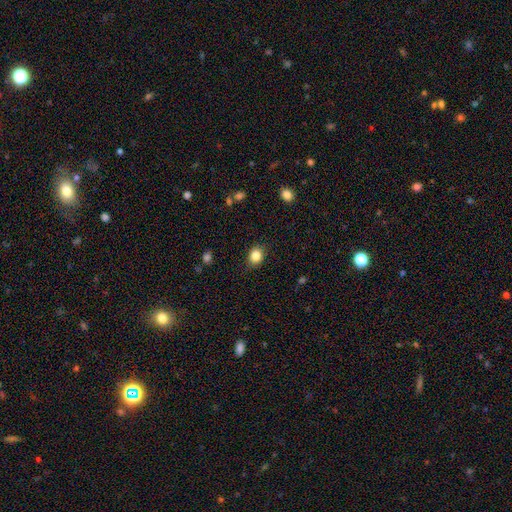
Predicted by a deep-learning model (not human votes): The model was most divided on "how rounded": round: 51%, in between: 48%, cigar-shaped: 1%. More confident: merging — none (85%); smooth or featured — smooth (84%).